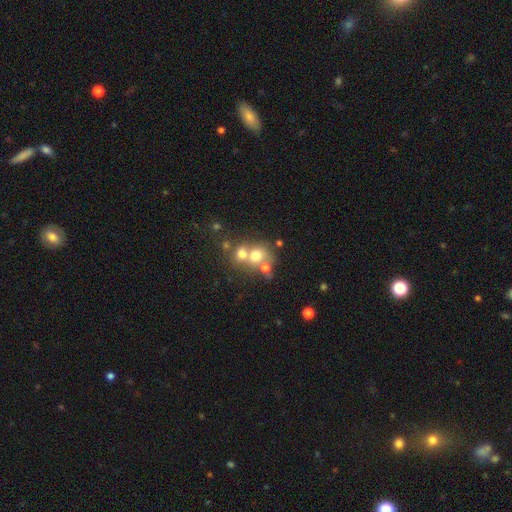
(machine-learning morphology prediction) smooth-or-featured: smooth: 65% | featured or disk: 21% | star or artifact: 14%
  how-rounded: round: 71% | in between: 28% | cigar-shaped: 1%
  merging: merger: 57% | none: 31% | minor disturbance: 7% | major disturbance: 5%